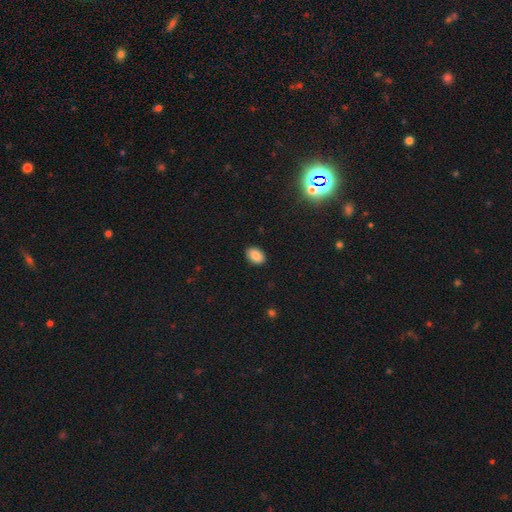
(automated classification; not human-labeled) Smooth or featured? smooth (86%)
How rounded? in between (82%)
Merging? none (90%)